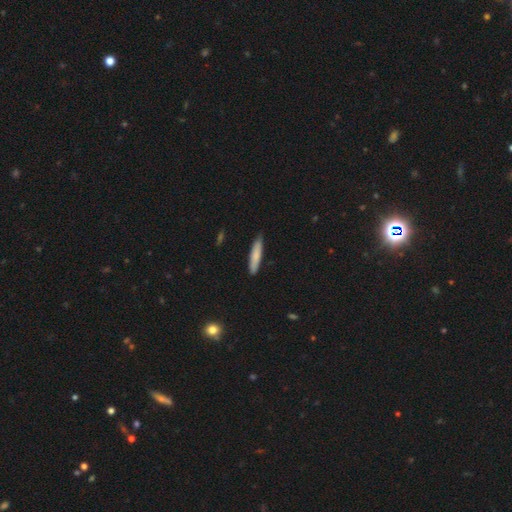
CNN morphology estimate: Smooth or featured?
  - smooth: 80% *
  - featured or disk: 15%
  - star or artifact: 6%
How rounded?
  - cigar-shaped: 85% *
  - in between: 14%
  - round: 1%
Merging?
  - none: 83% *
  - minor disturbance: 14%
  - major disturbance: 2%
  - merger: 1%